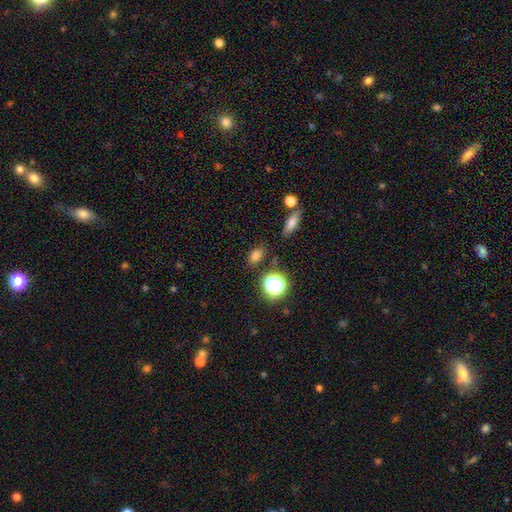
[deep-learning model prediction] Overall: smooth (76%). How rounded: in between (68%; round 29%). Merging: none (81%).